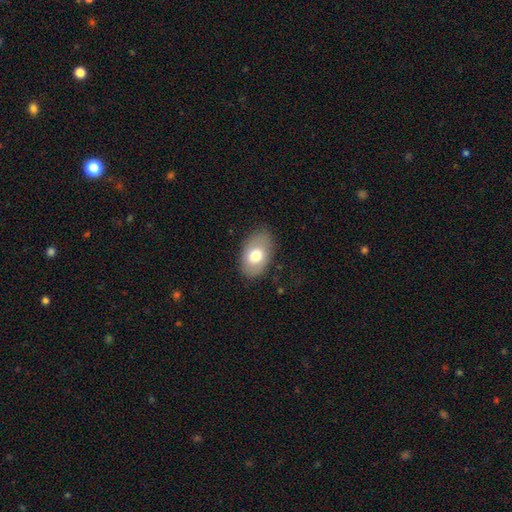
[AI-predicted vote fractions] The model was most divided on "smooth or featured": smooth: 71%, featured or disk: 22%, star or artifact: 7%. More confident: how rounded — in between (89%); merging — none (81%).